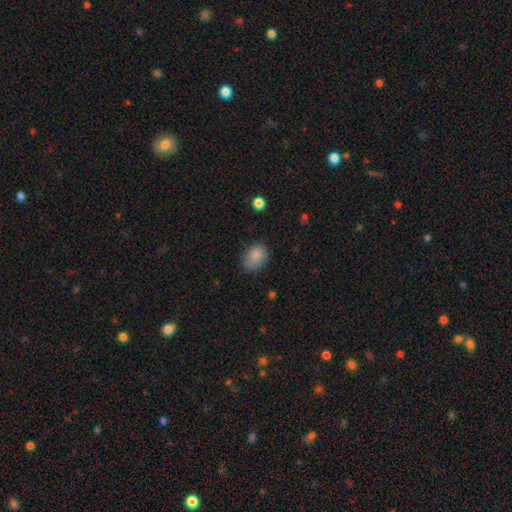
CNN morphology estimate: Overall: smooth (85%). How rounded: in between (74%). Merging: none (65%; minor disturbance 27%).